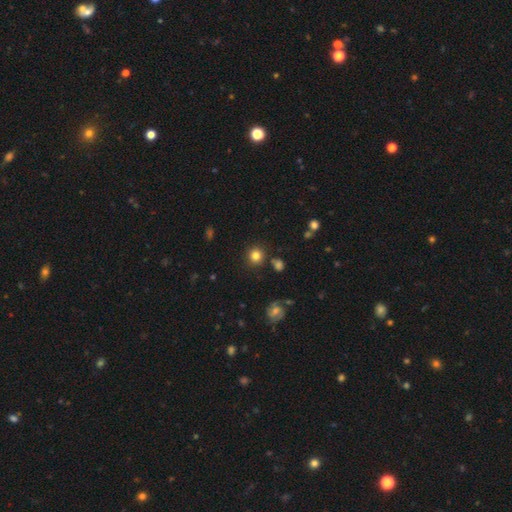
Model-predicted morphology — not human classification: Smooth or featured? smooth (81%)
How rounded? round (91%)
Merging? none (85%)